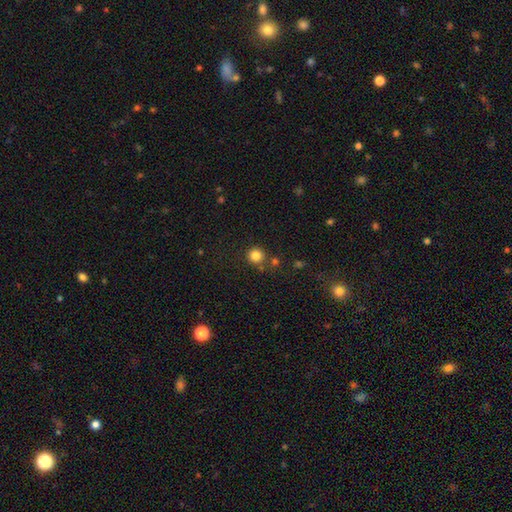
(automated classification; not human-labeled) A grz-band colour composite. It shows a smooth galaxy with no disk features (83%) that is round (93%). Merging: none (78%).